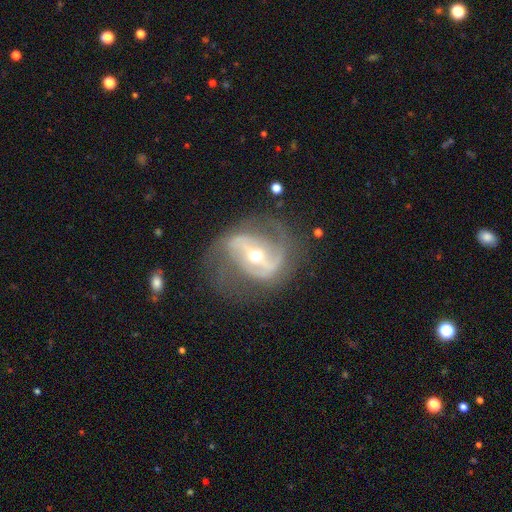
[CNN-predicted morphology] This is clearly a featured or disk galaxy (85%). It is clearly not viewed edge-on (96%). Bar: possibly strong (50%). Spiral arm pattern: clearly yes (87%). Spiral arm count: likely 2 (77%). Spiral winding: marginally medium (45%). Central bulge: possibly moderate (60%). Merging: possibly none (58%).